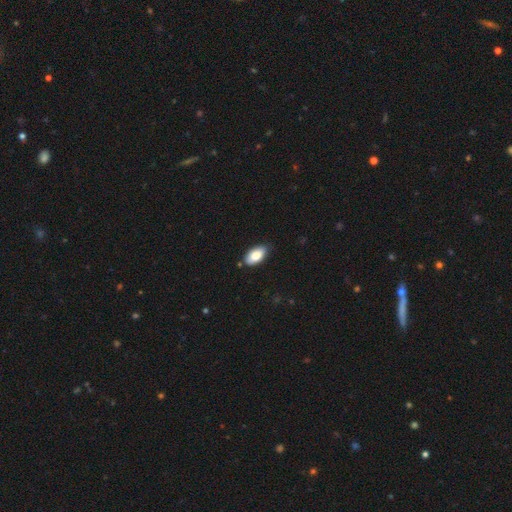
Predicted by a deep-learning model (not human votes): Morphology: type=smooth (84%); roundness=in between (94%); merging=none (78%).